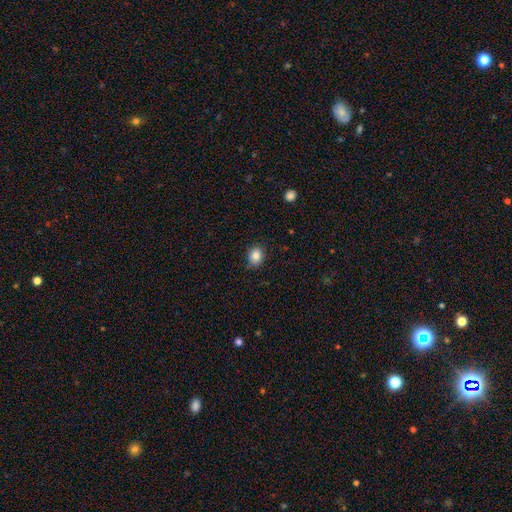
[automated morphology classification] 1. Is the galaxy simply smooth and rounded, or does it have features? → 85% smooth, 9% star or artifact, 6% featured or disk.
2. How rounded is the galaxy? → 51% round, 48% in between, 1% cigar-shaped.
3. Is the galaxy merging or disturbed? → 86% none, 10% minor disturbance, 2% major disturbance, 1% merger.